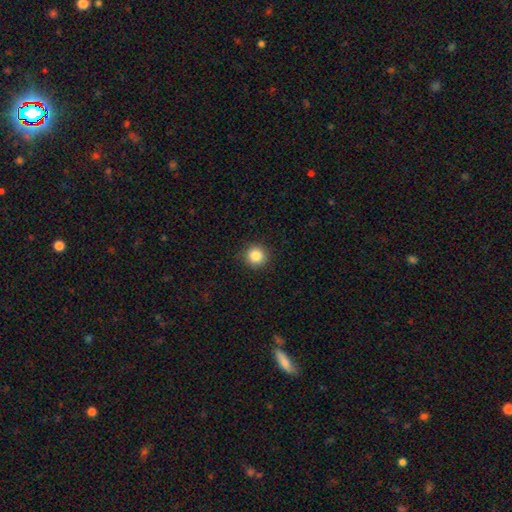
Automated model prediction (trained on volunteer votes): Smooth or featured? Predicted: smooth (p=0.86). How rounded? Predicted: round (p=0.94). Merging? Predicted: none (p=0.91).